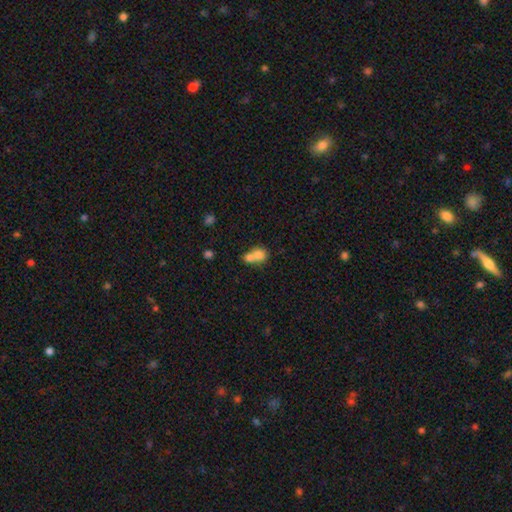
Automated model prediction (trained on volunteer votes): The model was most divided on "how rounded": round: 56%, in between: 43%, cigar-shaped: 1%. More confident: smooth or featured — smooth (74%); merging — merger (69%).